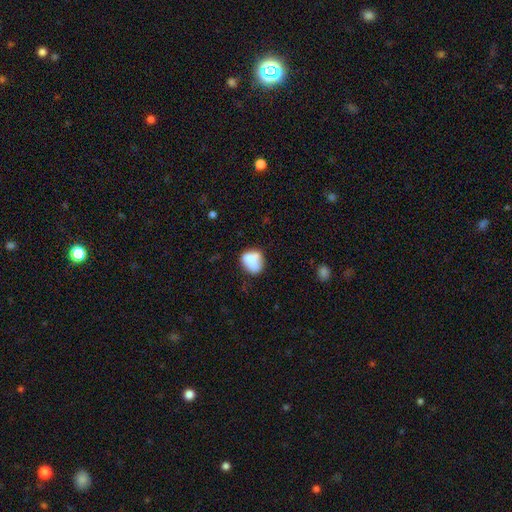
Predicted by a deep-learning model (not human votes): Morphology: type=smooth (66%); roundness=round (53%); merging=none (39%).